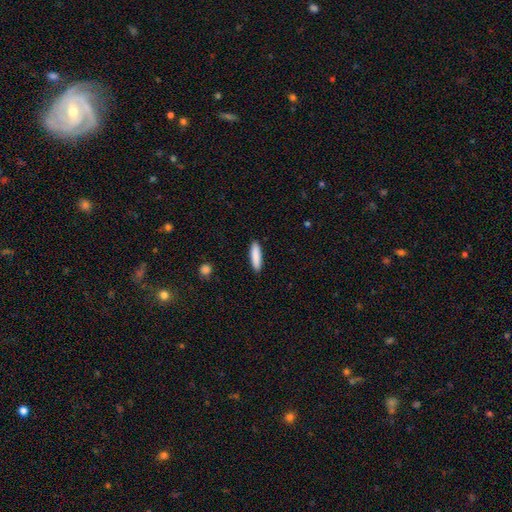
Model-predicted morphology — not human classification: Q: Smooth or featured?
A: smooth (88%); runner-up: featured or disk (6%)
Q: How rounded?
A: cigar-shaped (71%); runner-up: in between (28%)
Q: Merging?
A: none (90%); runner-up: minor disturbance (7%)